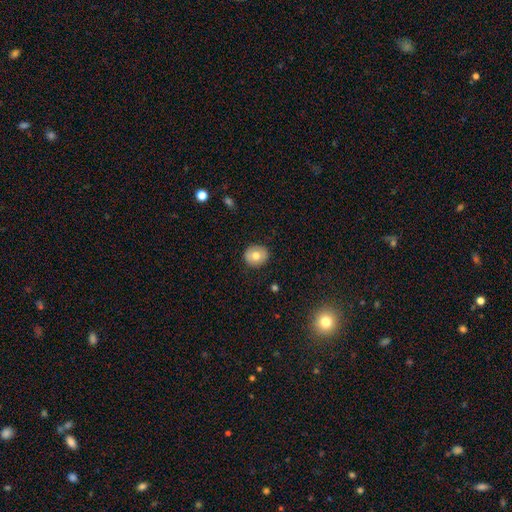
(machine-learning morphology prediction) Smooth or featured? Predicted: smooth (p=0.71). How rounded? Predicted: round (p=0.84). Merging? Predicted: none (p=0.89).